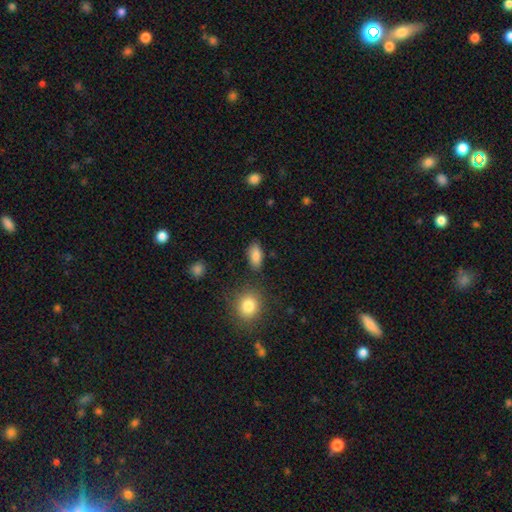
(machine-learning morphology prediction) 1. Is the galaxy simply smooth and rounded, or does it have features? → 84% smooth, 8% star or artifact, 7% featured or disk.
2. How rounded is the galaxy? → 88% in between, 6% cigar-shaped, 5% round.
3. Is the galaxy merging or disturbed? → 82% none, 12% minor disturbance, 4% merger, 3% major disturbance.